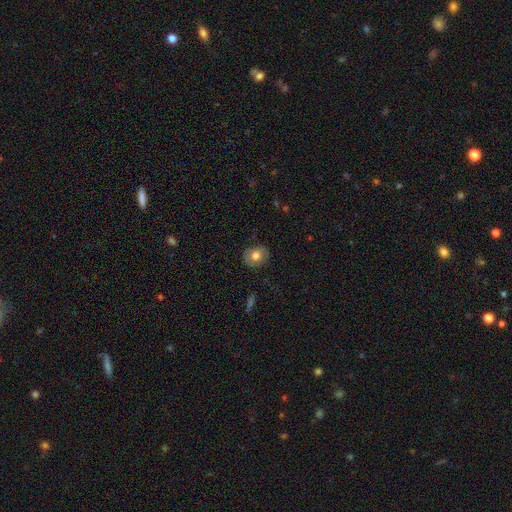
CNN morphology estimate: This appears to be a smooth galaxy with no disk features (76%) that is round (72%). Merging: none (86%).